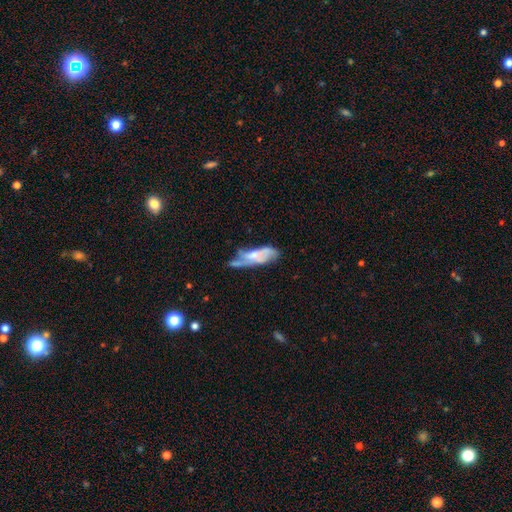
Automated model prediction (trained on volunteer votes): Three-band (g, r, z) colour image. It shows a featured or disk galaxy (56%). Merging: none (33%).